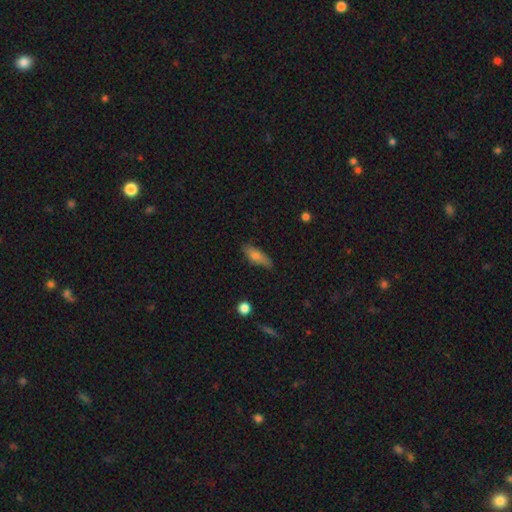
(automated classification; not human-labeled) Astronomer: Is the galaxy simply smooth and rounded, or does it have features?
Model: smooth — 70%.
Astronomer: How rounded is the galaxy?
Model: in between — 55% (runner-up: cigar-shaped, 42%).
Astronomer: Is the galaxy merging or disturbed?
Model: none — 76%.